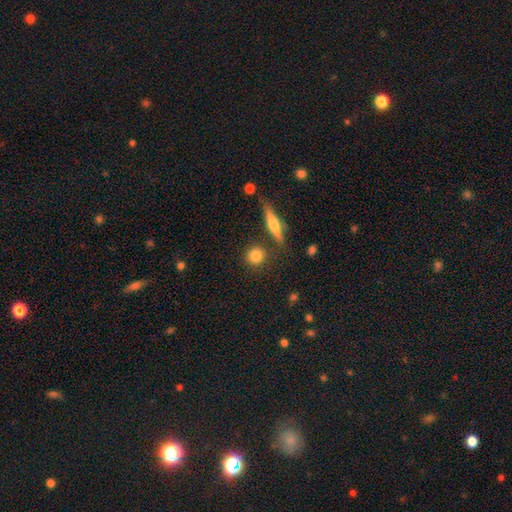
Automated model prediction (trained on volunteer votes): The model was most divided on "smooth or featured": smooth: 81%, featured or disk: 10%, star or artifact: 9%. More confident: how rounded — round (87%); merging — none (82%).